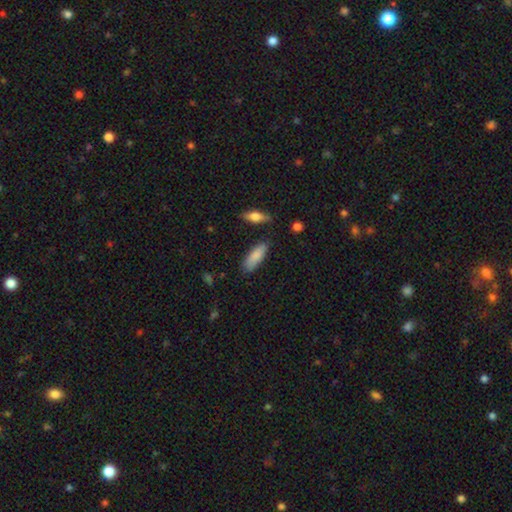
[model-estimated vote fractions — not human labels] smooth-or-featured: smooth: 84% | featured or disk: 10% | star or artifact: 6%
  how-rounded: in between: 64% | cigar-shaped: 34% | round: 2%
  merging: none: 78% | minor disturbance: 15% | merger: 3% | major disturbance: 3%